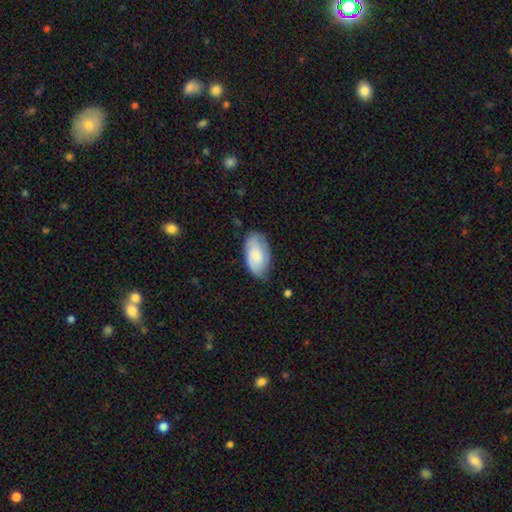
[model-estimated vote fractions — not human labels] A smooth galaxy with no disk features (67%) that is in between round and cigar-shaped (95%). Merging: none (65%).